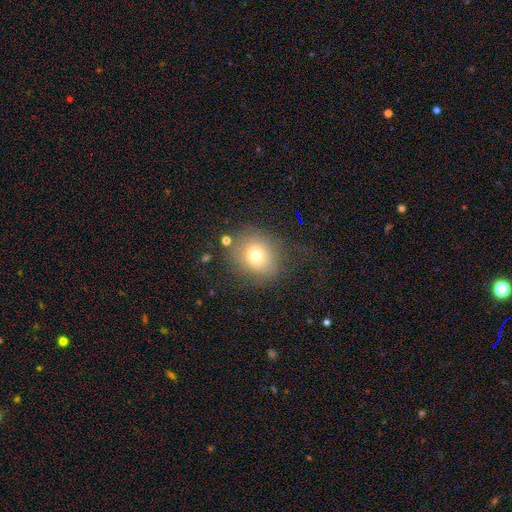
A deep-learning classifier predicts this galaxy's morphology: Smooth or featured? Predicted: smooth (p=0.69). How rounded? Predicted: round (p=0.75). Merging? Predicted: none (p=0.67).